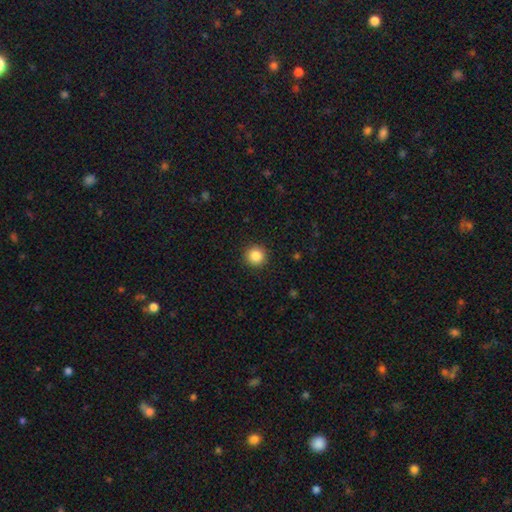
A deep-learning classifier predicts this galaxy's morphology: smooth-or-featured: smooth: 86% | star or artifact: 10% | featured or disk: 4%
  how-rounded: round: 95% | in between: 4% | cigar-shaped: 1%
  merging: none: 92% | minor disturbance: 5% | major disturbance: 2% | merger: 1%